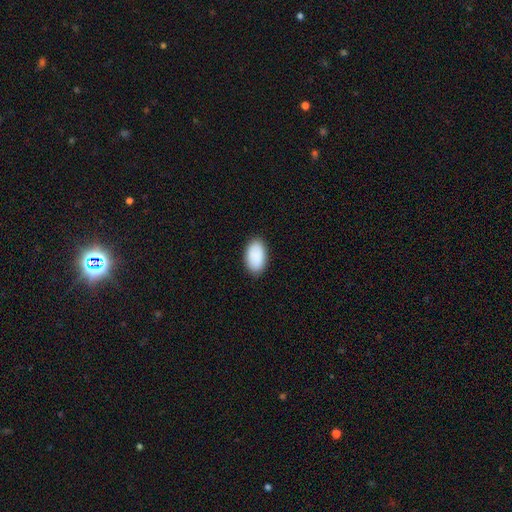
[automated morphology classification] Q: Smooth or featured?
A: smooth (91%); runner-up: star or artifact (6%)
Q: How rounded?
A: in between (95%); runner-up: round (4%)
Q: Merging?
A: none (88%); runner-up: minor disturbance (9%)